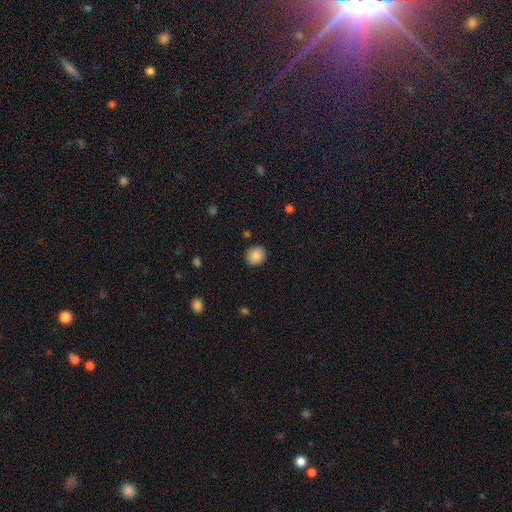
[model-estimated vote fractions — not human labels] A smooth galaxy with no disk features (88%) that is round (84%).

Vote fractions:
- Smooth or featured? smooth: 88% / star or artifact: 8% / featured or disk: 4%
- How rounded? round: 84% / in between: 15% / cigar-shaped: 1%
- Merging? none: 89% / minor disturbance: 7% / major disturbance: 2% / merger: 1%